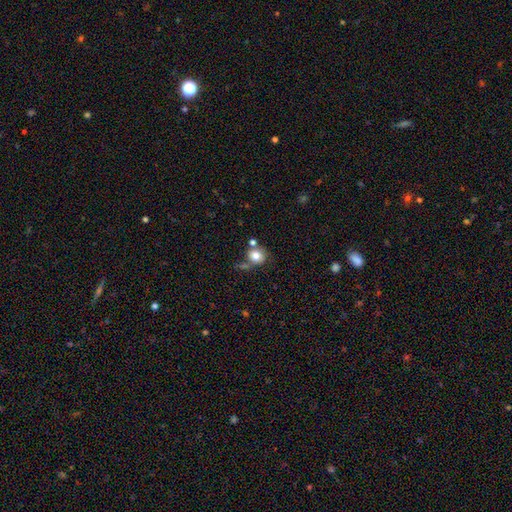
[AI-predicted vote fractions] smooth_or_featured: smooth (p=0.77) [alt: featured or disk p=0.13]
how_rounded: round (p=0.73) [alt: in between p=0.26]
merging: none (p=0.50) [alt: merger p=0.21]